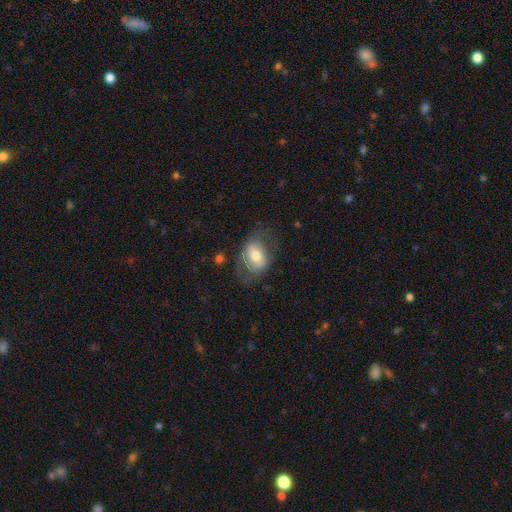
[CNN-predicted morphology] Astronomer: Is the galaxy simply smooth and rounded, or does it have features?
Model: smooth — 56% (runner-up: featured or disk, 36%).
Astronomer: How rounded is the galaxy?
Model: in between — 74%.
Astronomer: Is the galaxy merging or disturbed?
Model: none — 59%.